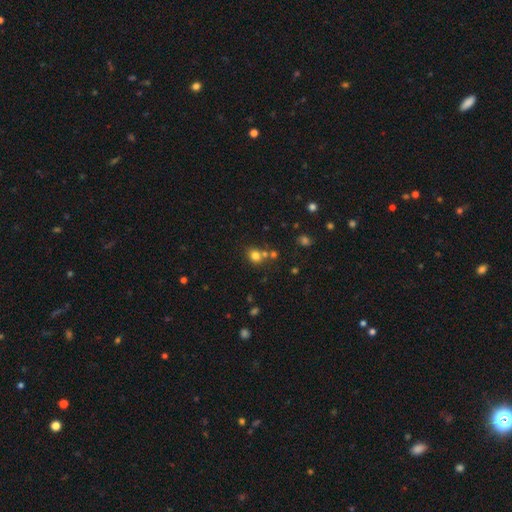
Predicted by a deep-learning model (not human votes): Overall: smooth (76%). How rounded: round (76%). Merging: none (61%; merger 25%).